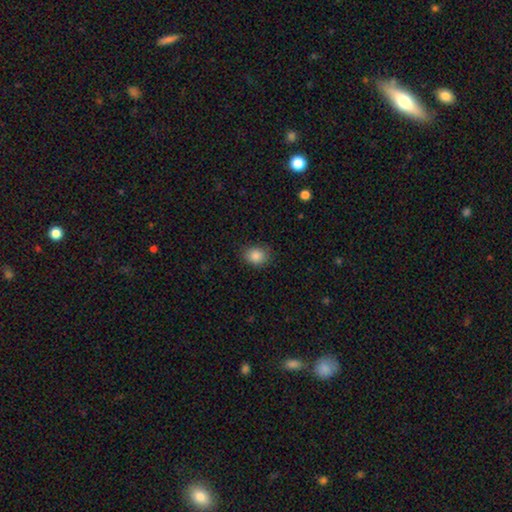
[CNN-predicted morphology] Overall: smooth (87%). How rounded: in between (51%; round 48%). Merging: none (81%).